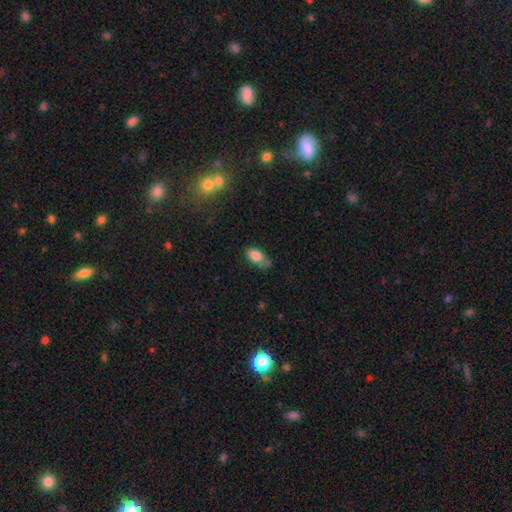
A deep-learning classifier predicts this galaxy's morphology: The model was most divided on "merging": none: 48%, minor disturbance: 32%, major disturbance: 10%, merger: 10%. More confident: how rounded — in between (90%); smooth or featured — smooth (82%).